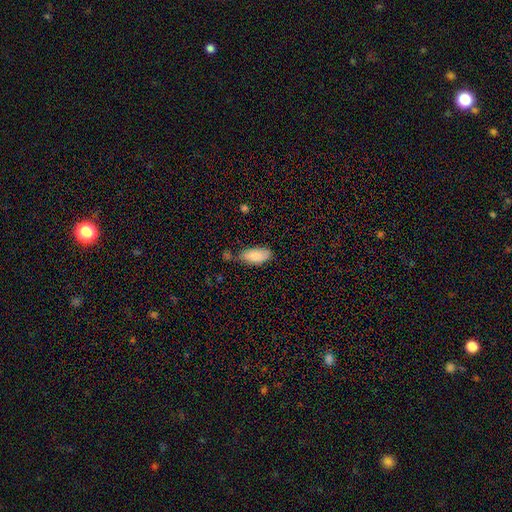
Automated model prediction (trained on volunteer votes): smooth_or_featured: smooth (p=0.86) [alt: featured or disk p=0.07]
how_rounded: in between (p=0.89) [alt: cigar-shaped p=0.09]
merging: none (p=0.59) [alt: minor disturbance p=0.27]